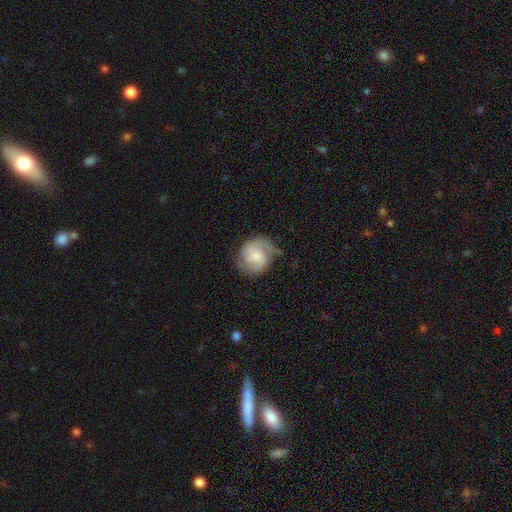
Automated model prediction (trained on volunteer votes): Morphology: type=featured or disk (62%); edge-on=no (98%); bar=no (65%); spiral arms=yes (90%); winding=medium (43%); arm count=2 (69%); bulge=small (49%); merging=none (51%).